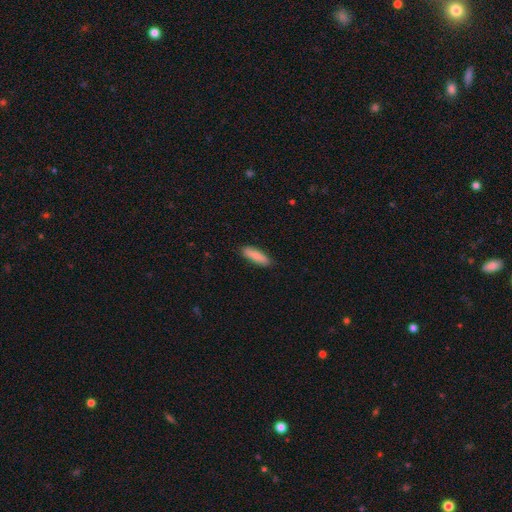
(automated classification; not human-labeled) This appears to be a smooth galaxy with no disk features (85%) that is cigar-shaped (58%). Merging: none (88%).